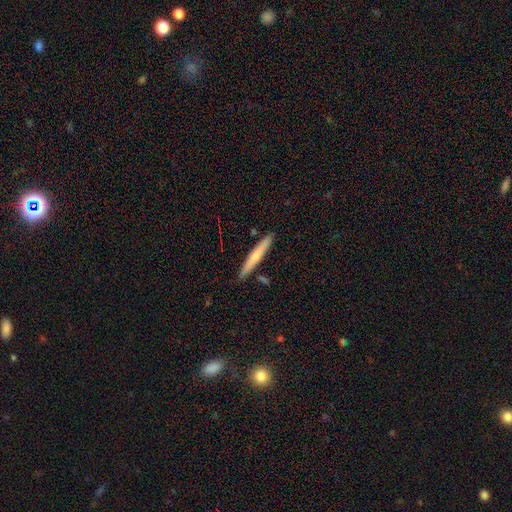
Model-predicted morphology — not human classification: A smooth galaxy with no disk features (60%) that is cigar-shaped (95%). Merging: none (87%).